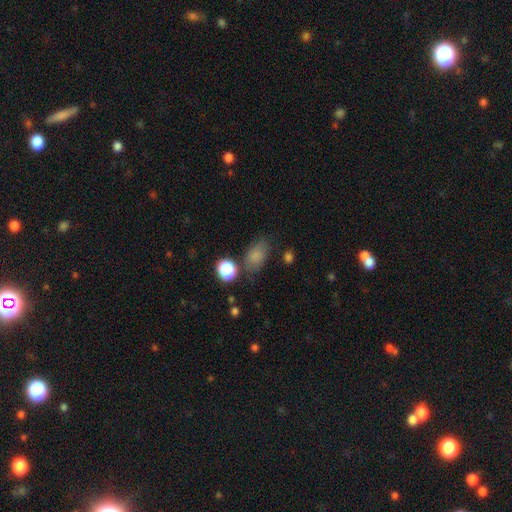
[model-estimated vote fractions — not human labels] Smooth or featured?
  - smooth: 81% *
  - star or artifact: 12%
  - featured or disk: 7%
How rounded?
  - in between: 84% *
  - round: 14%
  - cigar-shaped: 2%
Merging?
  - none: 67% *
  - minor disturbance: 20%
  - major disturbance: 7%
  - merger: 6%